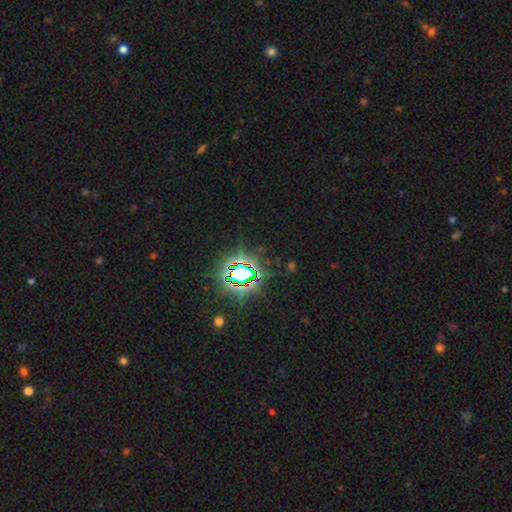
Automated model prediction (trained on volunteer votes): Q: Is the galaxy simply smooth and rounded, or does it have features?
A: star or artifact — 81%.